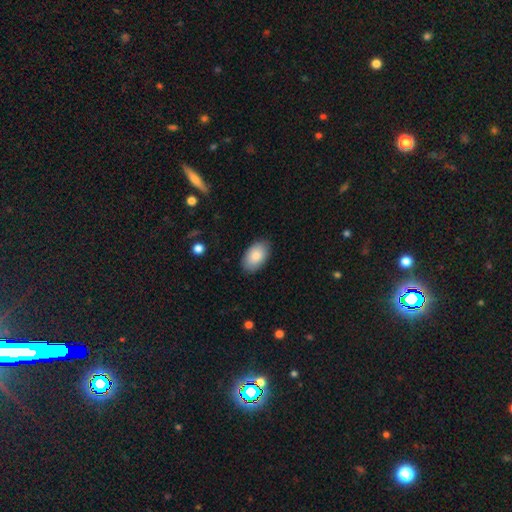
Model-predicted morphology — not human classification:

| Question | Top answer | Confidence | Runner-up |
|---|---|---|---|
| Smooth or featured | smooth | 87% | featured or disk (7%) |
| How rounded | in between | 94% | round (5%) |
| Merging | none | 86% | minor disturbance (11%) |